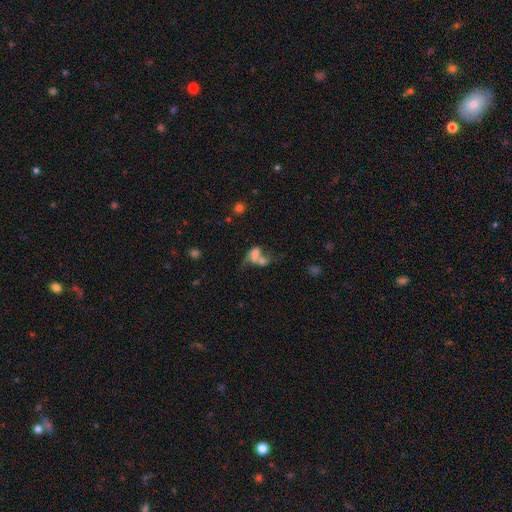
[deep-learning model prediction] Smooth or featured? smooth (52%)
How rounded? in between (76%)
Merging? merger (64%)